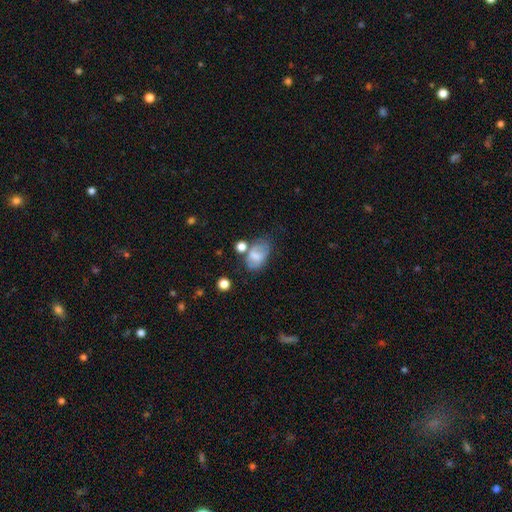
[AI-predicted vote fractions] A smooth galaxy with no disk features (64%) that is in between round and cigar-shaped (83%). Merging: none (44%).